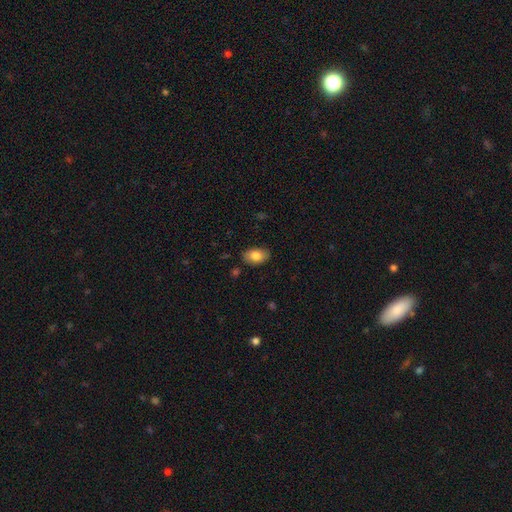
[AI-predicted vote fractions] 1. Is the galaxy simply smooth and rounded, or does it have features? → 82% smooth, 11% featured or disk, 7% star or artifact.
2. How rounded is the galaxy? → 90% in between, 9% round, 1% cigar-shaped.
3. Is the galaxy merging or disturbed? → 85% none, 11% minor disturbance, 2% major disturbance, 2% merger.